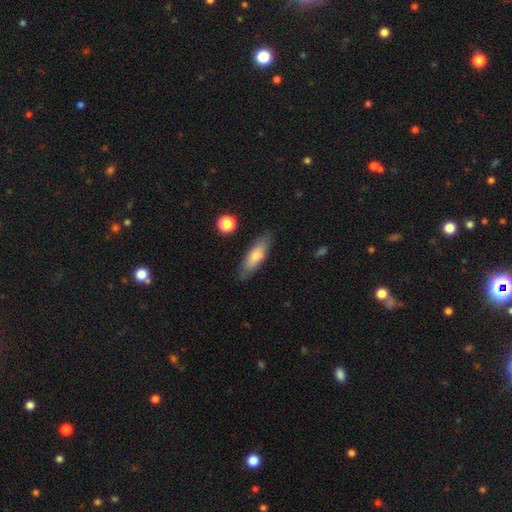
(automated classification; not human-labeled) This is likely a smooth galaxy (74%). How rounded: possibly cigar-shaped (50%). Merging: likely none (80%).